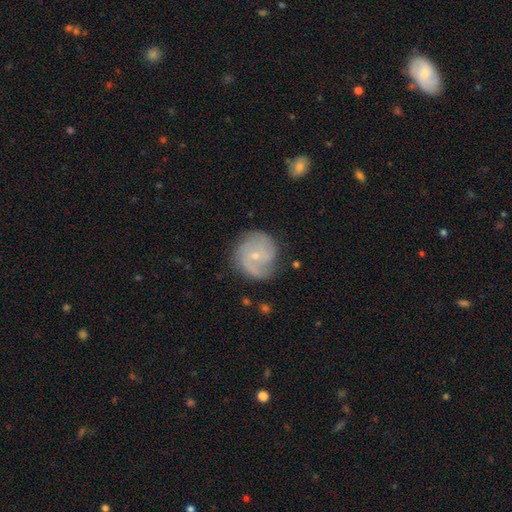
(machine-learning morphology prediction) This appears to be a featured or disk galaxy (74%) with no bar (63%), 2 (43%) medium (42%) spiral arms (92%) and a small central bulge (74%). Merging: none (71%).